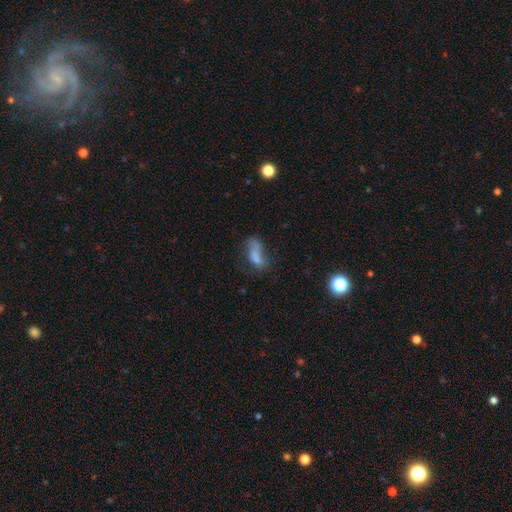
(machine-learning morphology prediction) A smooth galaxy with no disk features (66%) that is in between round and cigar-shaped (84%).

Vote fractions:
- Smooth or featured? smooth: 66% / featured or disk: 22% / star or artifact: 12%
- How rounded? in between: 84% / cigar-shaped: 11% / round: 5%
- Merging? major disturbance: 31% / none: 29% / minor disturbance: 22% / merger: 18%